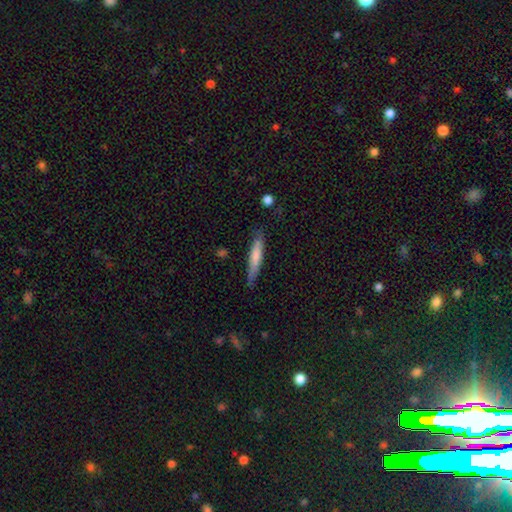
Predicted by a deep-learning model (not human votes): Q: Smooth or featured?
A: smooth (68%); runner-up: featured or disk (27%)
Q: How rounded?
A: cigar-shaped (91%); runner-up: in between (8%)
Q: Merging?
A: none (80%); runner-up: minor disturbance (16%)